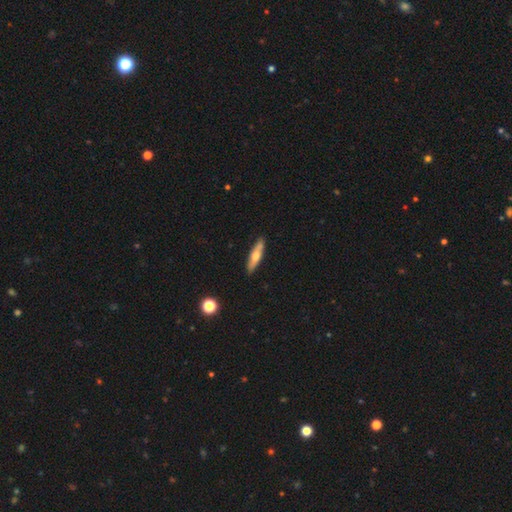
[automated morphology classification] Q: Smooth or featured?
A: smooth (54%); runner-up: featured or disk (40%)
Q: How rounded?
A: cigar-shaped (77%); runner-up: in between (21%)
Q: Merging?
A: none (89%); runner-up: minor disturbance (8%)